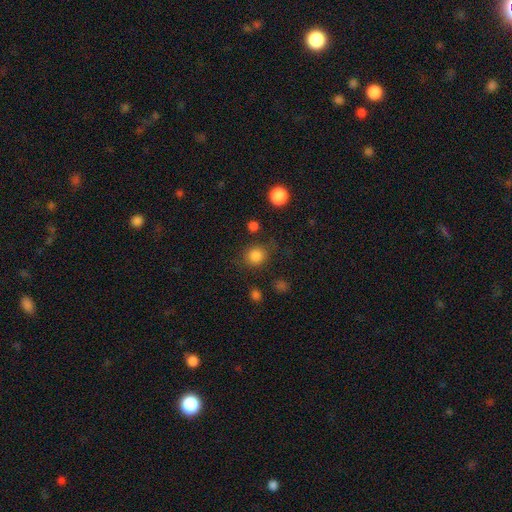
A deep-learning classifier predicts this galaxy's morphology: Overall: smooth (83%). How rounded: round (86%). Merging: none (79%).